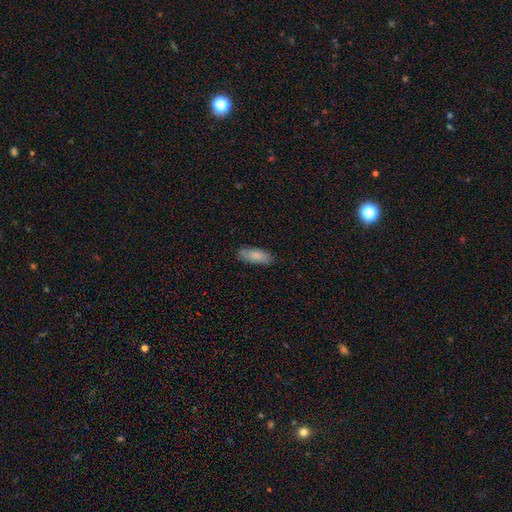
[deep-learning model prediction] smooth 83%, featured or disk 11%, star or artifact 6%. Down the decision tree: how rounded — in between (76%); merging — none (81%).